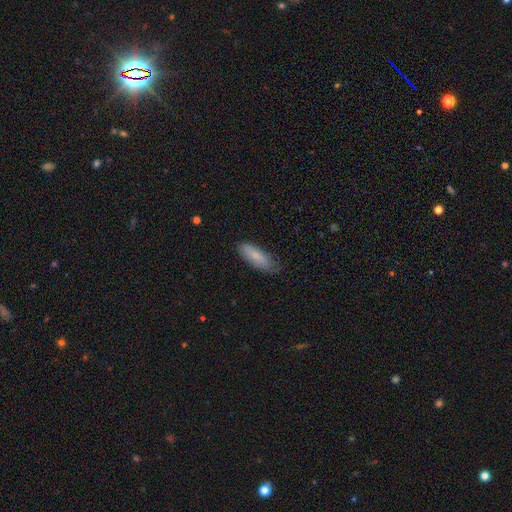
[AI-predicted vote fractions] Smooth or featured? Predicted: smooth (p=0.79). How rounded? Predicted: in between (p=0.60). Merging? Predicted: none (p=0.74).